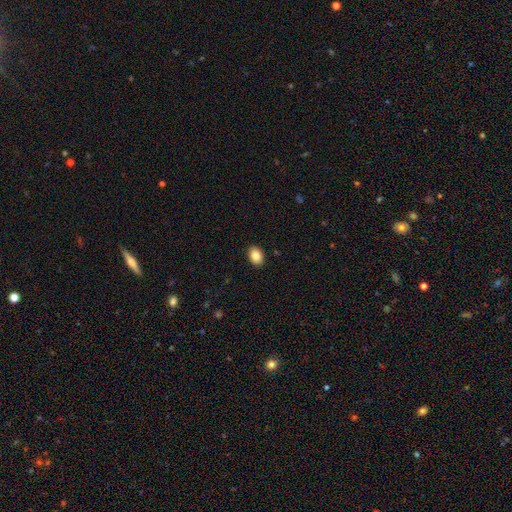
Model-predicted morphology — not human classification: This is clearly a smooth galaxy (86%). How rounded: clearly in between (80%). Merging: clearly none (90%).